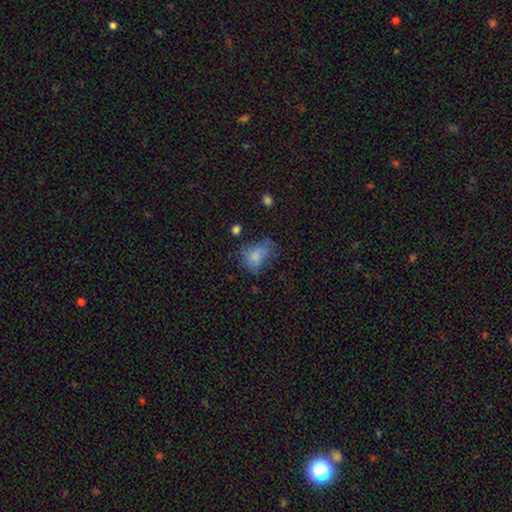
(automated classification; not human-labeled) smooth_or_featured: smooth (p=0.71) [alt: featured or disk p=0.17]
how_rounded: in between (p=0.65) [alt: round p=0.34]
merging: none (p=0.37) [alt: minor disturbance p=0.30]